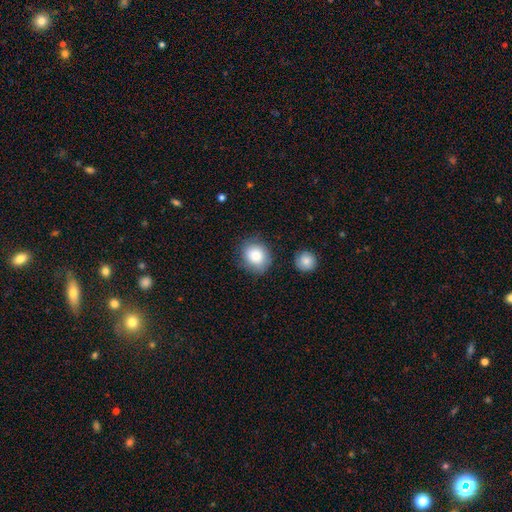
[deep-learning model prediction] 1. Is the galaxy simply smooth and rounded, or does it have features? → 85% smooth, 8% featured or disk, 7% star or artifact.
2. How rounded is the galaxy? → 68% round, 32% in between, 1% cigar-shaped.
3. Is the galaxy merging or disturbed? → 76% none, 16% minor disturbance, 4% major disturbance, 3% merger.